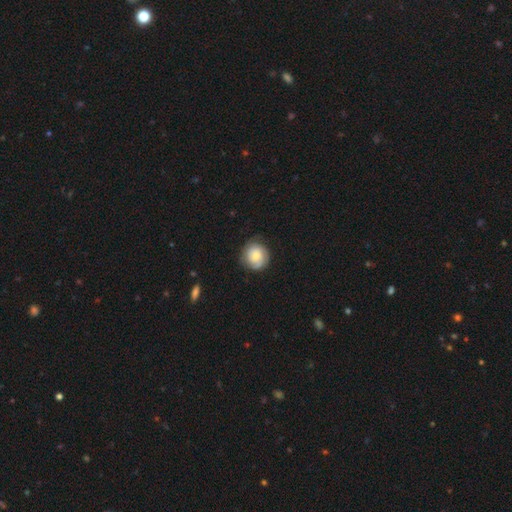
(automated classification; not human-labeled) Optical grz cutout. It shows a smooth galaxy with no disk features (61%) that is round (89%). Merging: none (75%).